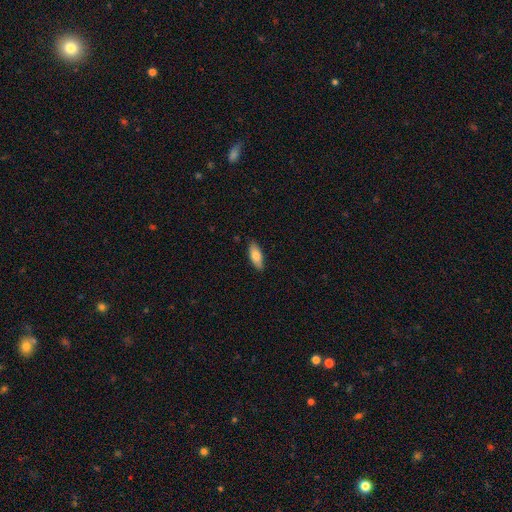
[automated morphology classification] This appears to be a smooth galaxy with no disk features (80%) that is in between round and cigar-shaped (72%). Merging: none (86%).